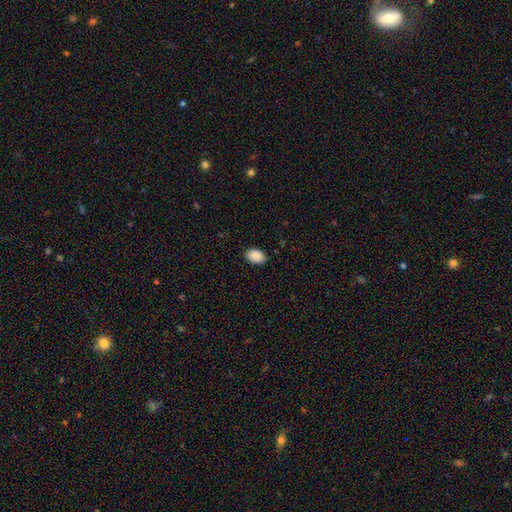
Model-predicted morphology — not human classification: This appears to be a smooth galaxy with no disk features (89%) that is in between round and cigar-shaped (89%). Merging: none (89%).